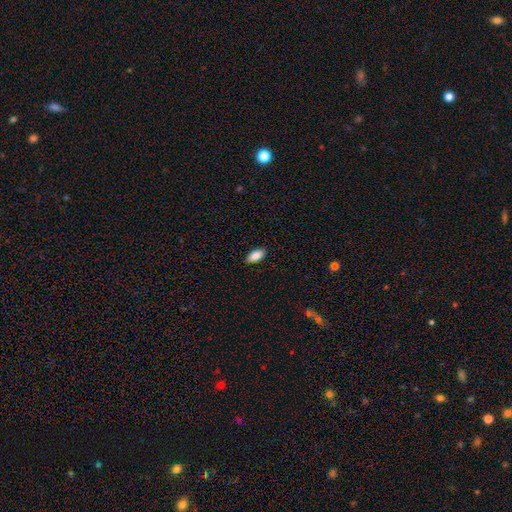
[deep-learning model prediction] This appears to be a smooth galaxy with no disk features (87%) that is in between round and cigar-shaped (91%). Merging: none (89%).